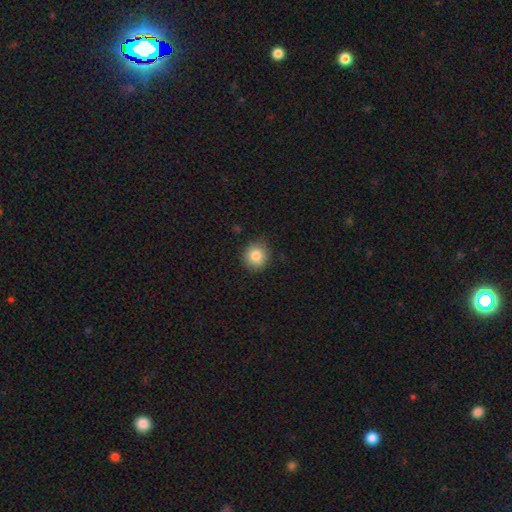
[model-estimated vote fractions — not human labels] Smooth or featured? smooth (84%)
How rounded? round (90%)
Merging? none (87%)